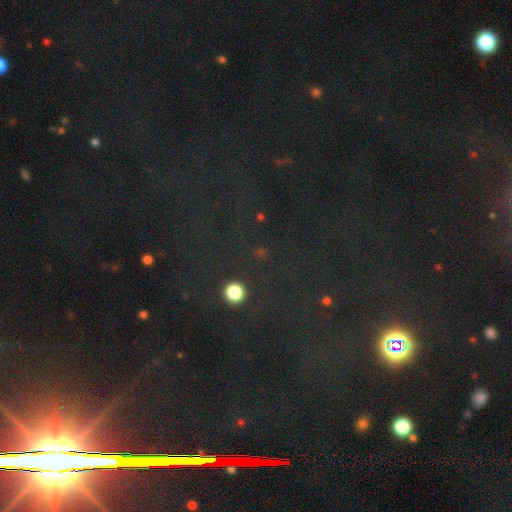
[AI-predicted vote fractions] Smooth or featured: star or artifact — 79% (smooth — 13%)